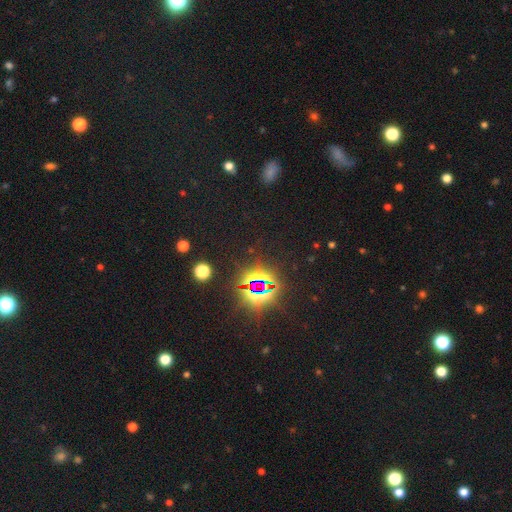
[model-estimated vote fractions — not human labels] A star or artifact, not a galaxy (80%).